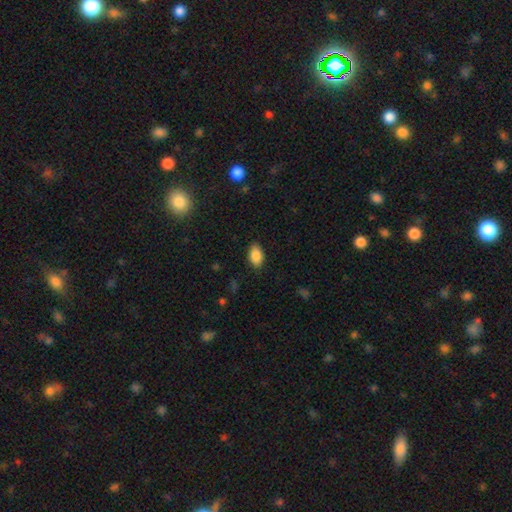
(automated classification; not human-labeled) Overall: smooth (88%). How rounded: in between (91%). Merging: none (85%).